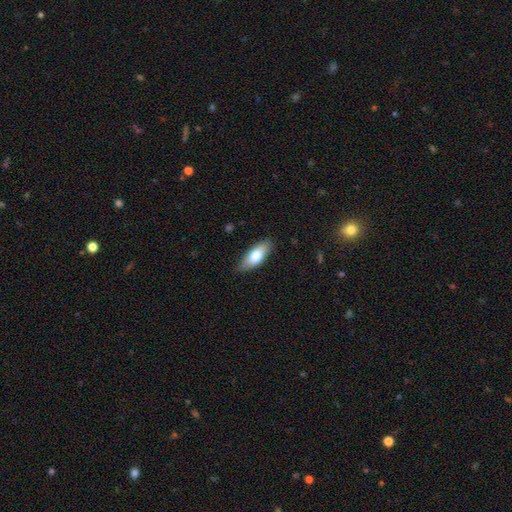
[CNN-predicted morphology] Smooth or featured?
  - smooth: 72% *
  - featured or disk: 22%
  - star or artifact: 6%
How rounded?
  - in between: 76% *
  - cigar-shaped: 21%
  - round: 2%
Merging?
  - none: 83% *
  - minor disturbance: 14%
  - major disturbance: 2%
  - merger: 1%